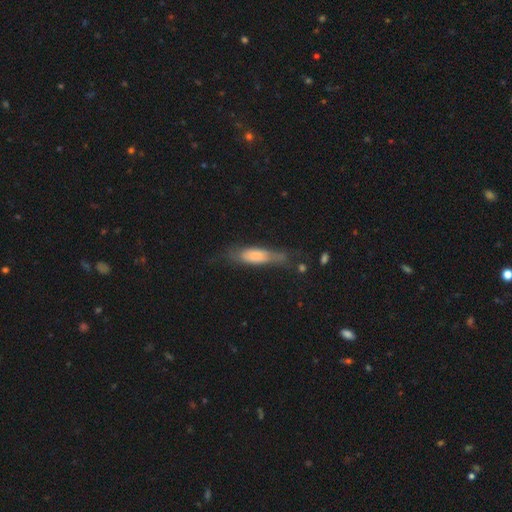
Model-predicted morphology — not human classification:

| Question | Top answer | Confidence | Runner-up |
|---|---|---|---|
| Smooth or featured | smooth | 64% | featured or disk (28%) |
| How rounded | cigar-shaped | 58% | in between (40%) |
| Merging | none | 48% | minor disturbance (30%) |